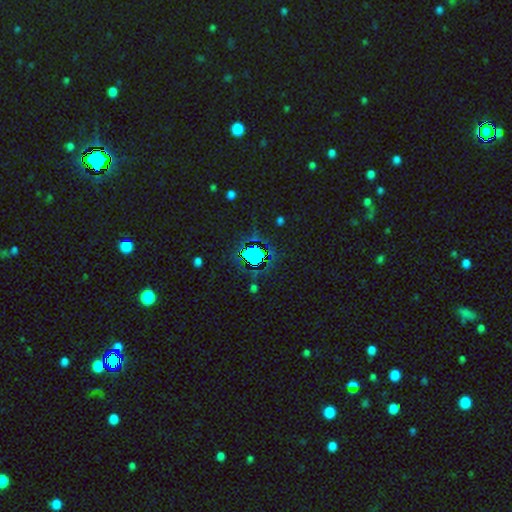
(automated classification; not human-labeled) Overall: star or artifact (65%).